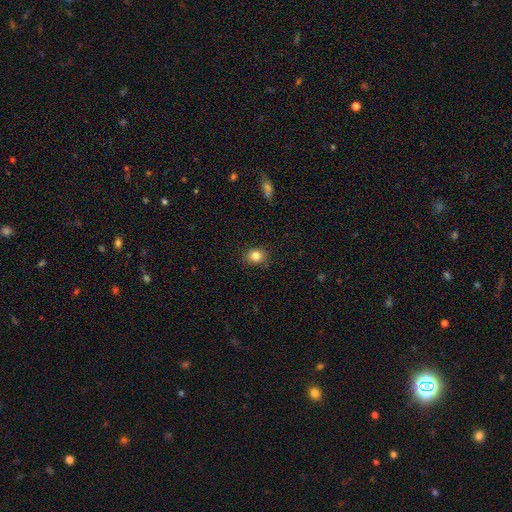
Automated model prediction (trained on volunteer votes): Q: Smooth or featured?
A: smooth (83%); runner-up: star or artifact (11%)
Q: How rounded?
A: round (69%); runner-up: in between (30%)
Q: Merging?
A: none (88%); runner-up: minor disturbance (9%)